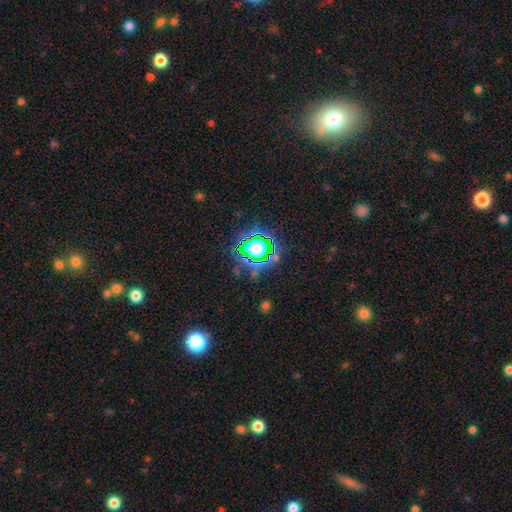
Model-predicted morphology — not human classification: smooth_or_featured: star or artifact (p=0.76) [alt: smooth p=0.15]